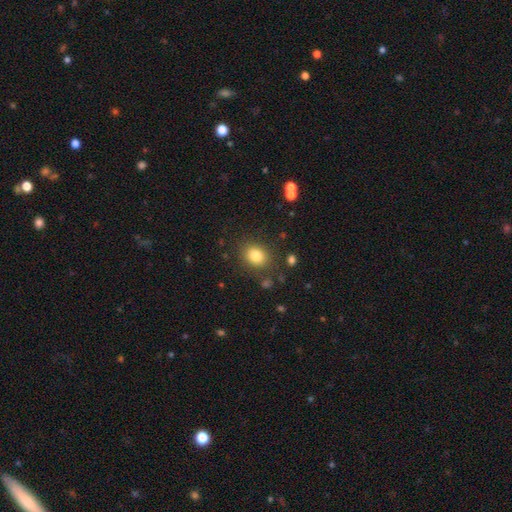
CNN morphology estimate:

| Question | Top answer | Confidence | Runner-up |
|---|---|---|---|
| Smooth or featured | smooth | 81% | star or artifact (11%) |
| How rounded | round | 61% | in between (38%) |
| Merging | none | 84% | minor disturbance (10%) |